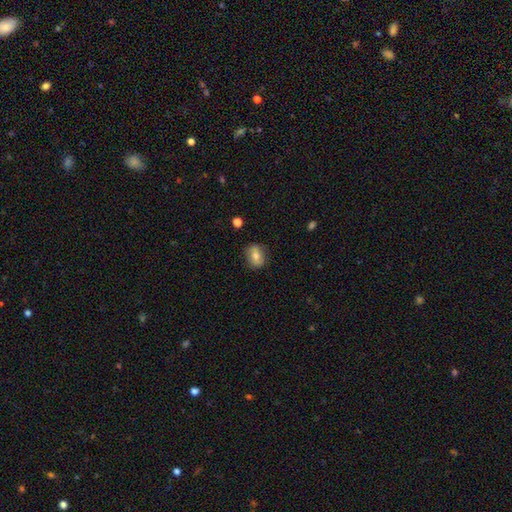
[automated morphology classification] A smooth galaxy with no disk features (67%) that is in between round and cigar-shaped (55%).

Vote fractions:
- Smooth or featured? smooth: 67% / featured or disk: 24% / star or artifact: 9%
- How rounded? in between: 55% / round: 43% / cigar-shaped: 2%
- Merging? none: 84% / minor disturbance: 12% / major disturbance: 3% / merger: 1%